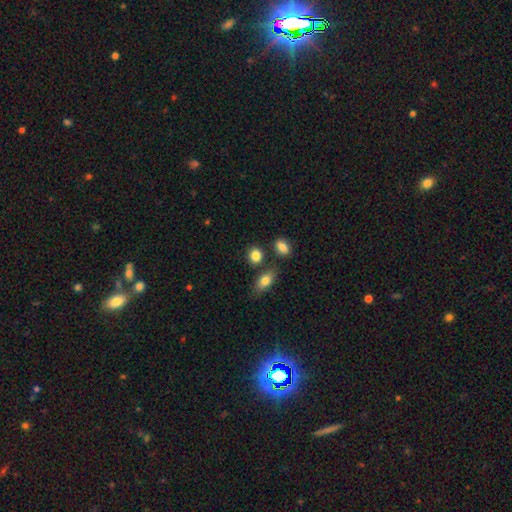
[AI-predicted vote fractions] A smooth galaxy with no disk features (85%) that is round (63%).

Vote fractions:
- Smooth or featured? smooth: 85% / star or artifact: 9% / featured or disk: 6%
- How rounded? round: 63% / in between: 36% / cigar-shaped: 2%
- Merging? none: 75% / merger: 11% / minor disturbance: 11% / major disturbance: 3%